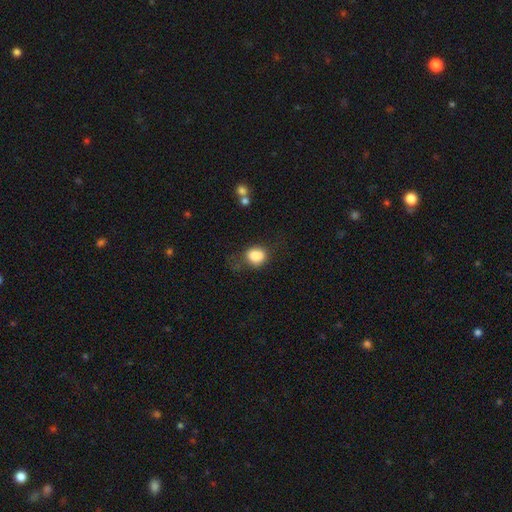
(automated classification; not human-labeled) smooth_or_featured: smooth (p=0.84) [alt: star or artifact p=0.09]
how_rounded: round (p=0.58) [alt: in between p=0.41]
merging: none (p=0.51) [alt: minor disturbance p=0.29]